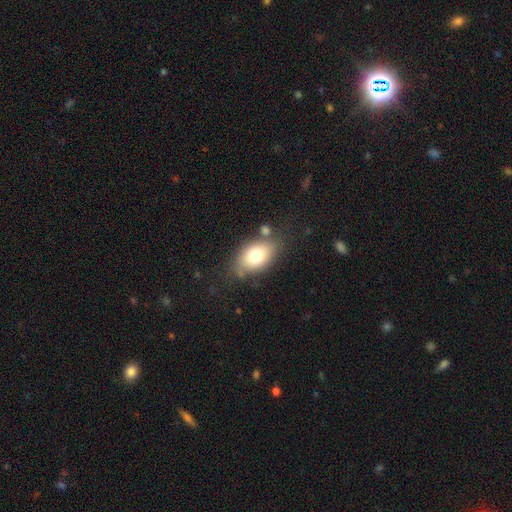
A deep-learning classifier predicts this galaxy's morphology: Q: Smooth or featured?
A: smooth (75%); runner-up: featured or disk (17%)
Q: How rounded?
A: in between (87%); runner-up: round (11%)
Q: Merging?
A: none (67%); runner-up: minor disturbance (19%)